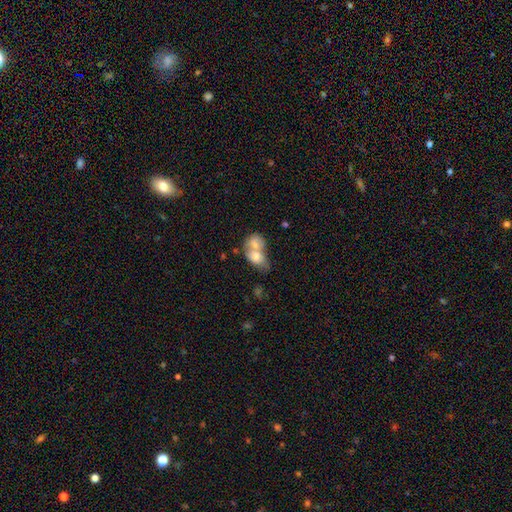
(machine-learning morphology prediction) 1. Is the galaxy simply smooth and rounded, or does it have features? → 70% smooth, 22% featured or disk, 7% star or artifact.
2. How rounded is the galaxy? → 67% in between, 31% round, 2% cigar-shaped.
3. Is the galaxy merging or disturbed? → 77% merger, 12% none, 6% minor disturbance, 4% major disturbance.